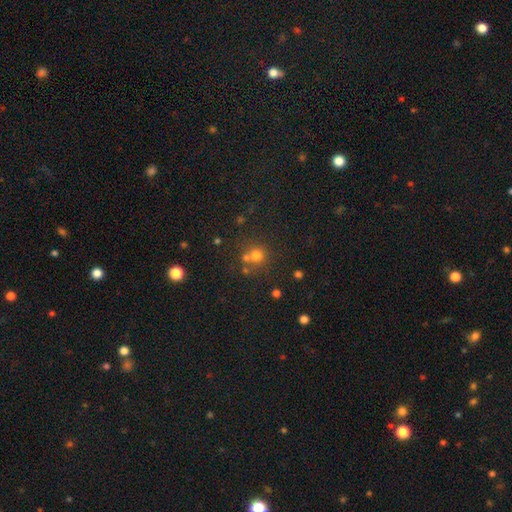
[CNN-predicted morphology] This is likely a smooth galaxy (68%). How rounded: clearly round (90%). Merging: likely none (61%).